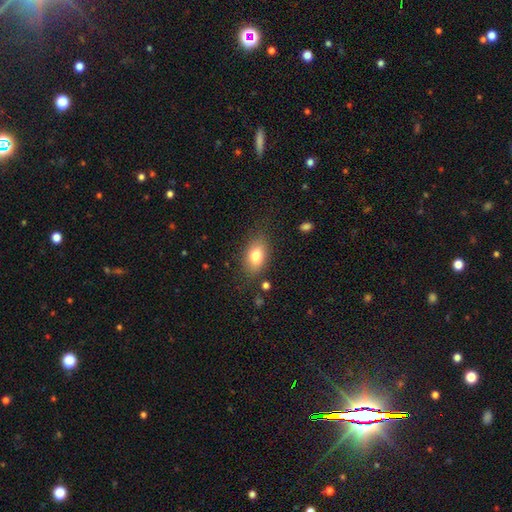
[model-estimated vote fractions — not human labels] smooth_or_featured: smooth (p=0.78) [alt: featured or disk p=0.13]
how_rounded: in between (p=0.84) [alt: round p=0.12]
merging: none (p=0.79) [alt: minor disturbance p=0.15]